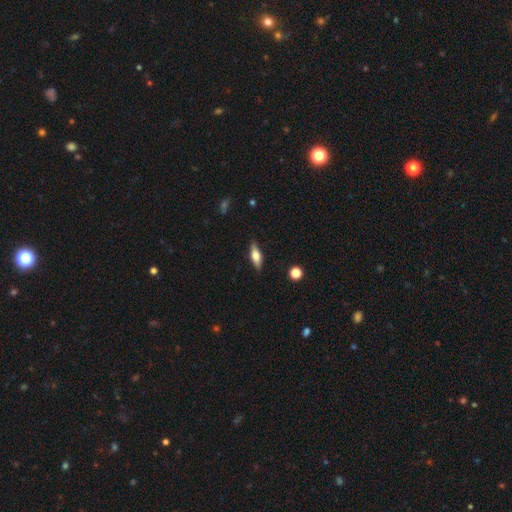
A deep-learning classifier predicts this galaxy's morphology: Q: Smooth or featured?
A: smooth (51%); runner-up: featured or disk (42%)
Q: How rounded?
A: in between (56%); runner-up: cigar-shaped (41%)
Q: Merging?
A: none (86%); runner-up: minor disturbance (10%)